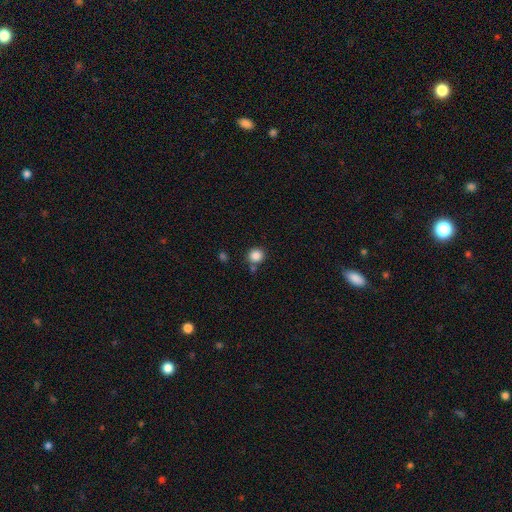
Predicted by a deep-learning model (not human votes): Smooth or featured: smooth — 86% (star or artifact — 10%)
How rounded: round — 88% (in between — 11%)
Merging: none — 75% (merger — 11%)